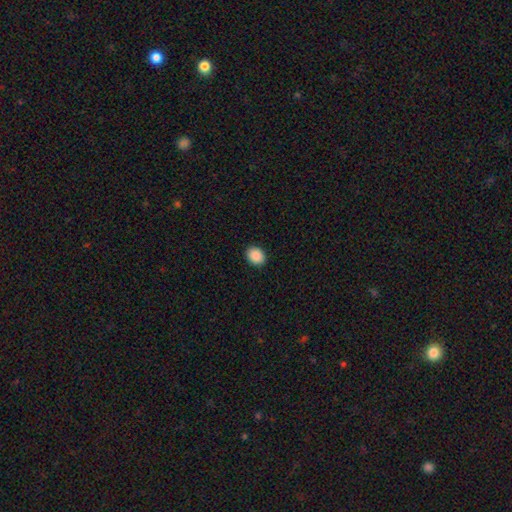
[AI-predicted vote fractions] A smooth galaxy with no disk features (90%) that is round (51%). Merging: none (91%).